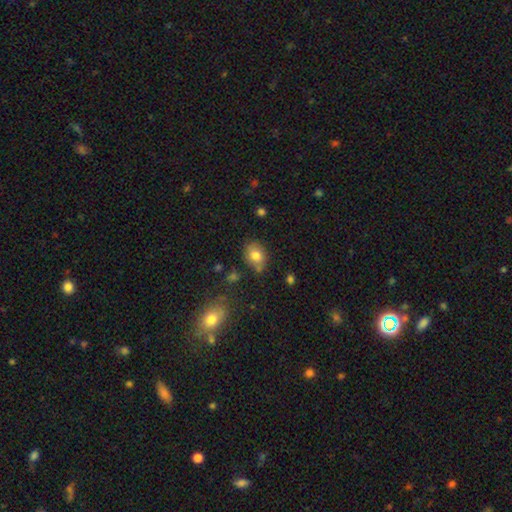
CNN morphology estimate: A smooth galaxy with no disk features (79%) that is in between round and cigar-shaped (56%). Merging: none (72%).